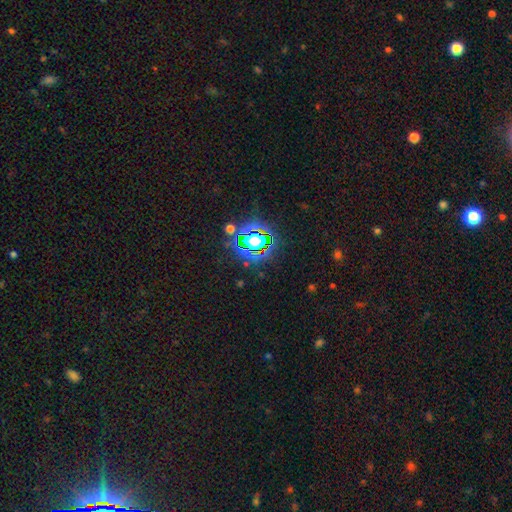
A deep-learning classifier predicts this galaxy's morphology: A star or artifact, not a galaxy (76%).

Vote fractions:
- Smooth or featured? star or artifact: 76% / smooth: 15% / featured or disk: 9%